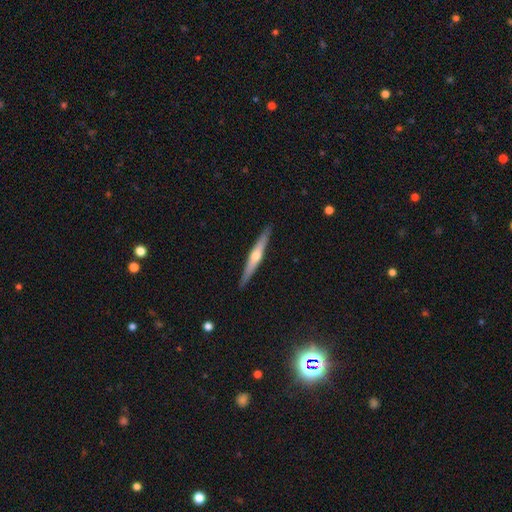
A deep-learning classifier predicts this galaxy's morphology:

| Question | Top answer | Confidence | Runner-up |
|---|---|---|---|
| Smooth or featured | featured or disk | 63% | smooth (32%) |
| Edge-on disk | yes | 97% | no (3%) |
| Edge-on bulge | rounded | 85% | none (12%) |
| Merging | none | 91% | minor disturbance (7%) |